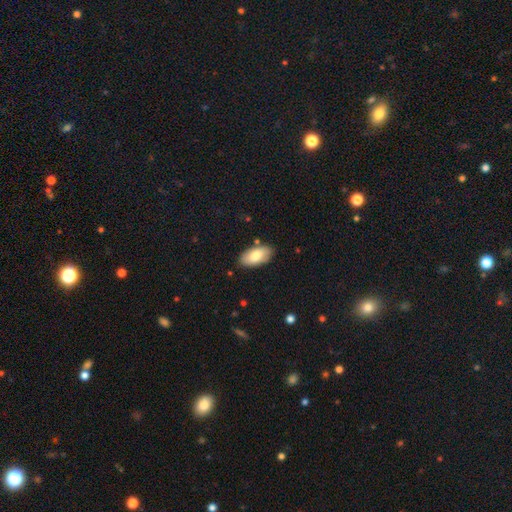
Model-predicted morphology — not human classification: The model was most divided on "smooth or featured": smooth: 78%, featured or disk: 16%, star or artifact: 6%. More confident: how rounded — in between (94%); merging — none (84%).